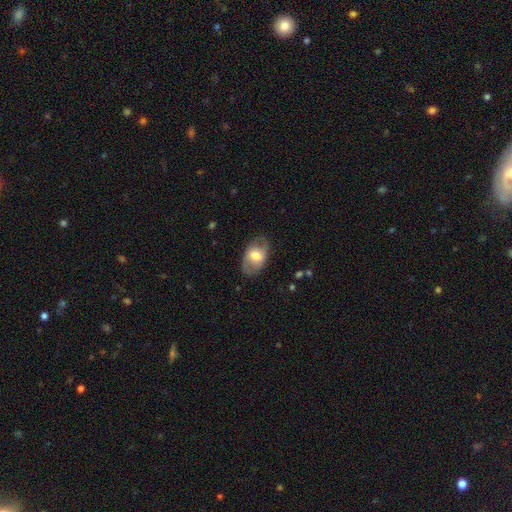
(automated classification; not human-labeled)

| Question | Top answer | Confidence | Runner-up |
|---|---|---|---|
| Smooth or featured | smooth | 53% | featured or disk (41%) |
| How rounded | in between | 85% | round (14%) |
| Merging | none | 77% | minor disturbance (16%) |